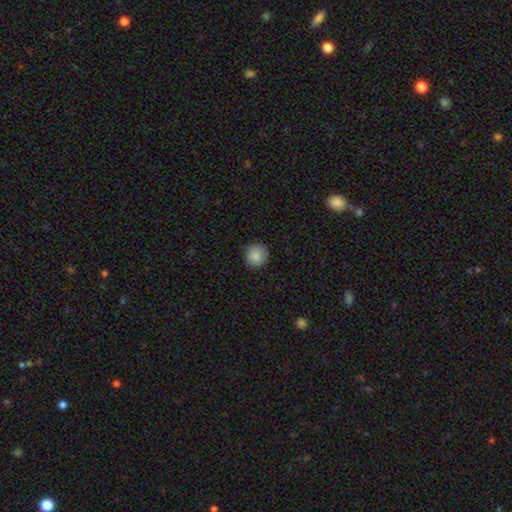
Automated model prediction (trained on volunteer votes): Overall: smooth (87%). How rounded: round (91%). Merging: none (86%).